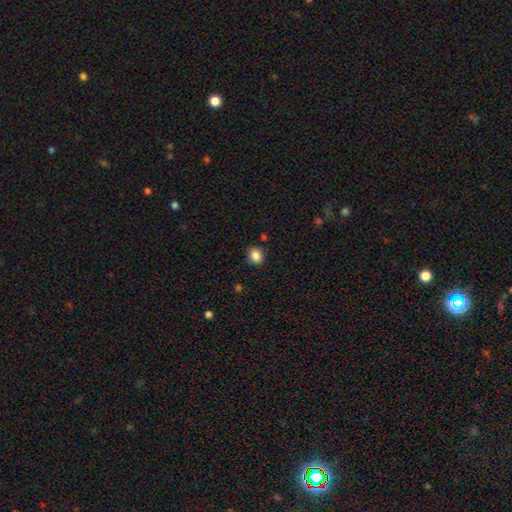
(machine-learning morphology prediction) type=smooth (87%); roundness=round (58%); merging=none (87%).